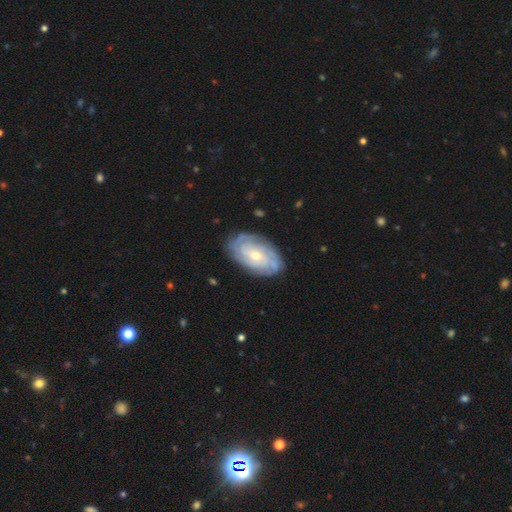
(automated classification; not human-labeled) This appears to be a featured or disk galaxy (82%) with no bar (60%), tight (75%) spiral arms (95%) and a small central bulge (57%). Merging: none (82%).